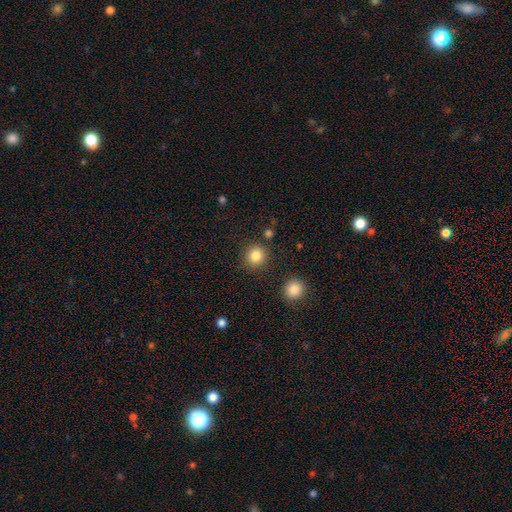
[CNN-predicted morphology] type=smooth (85%); roundness=round (92%); merging=none (87%).